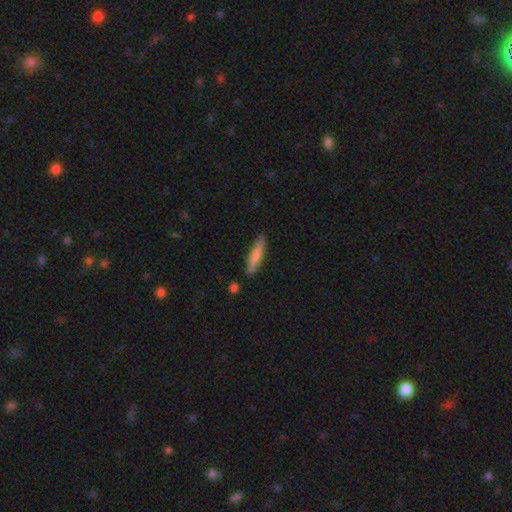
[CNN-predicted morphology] The model was most divided on "smooth or featured": smooth: 75%, featured or disk: 20%, star or artifact: 6%. More confident: how rounded — cigar-shaped (88%); merging — none (86%).